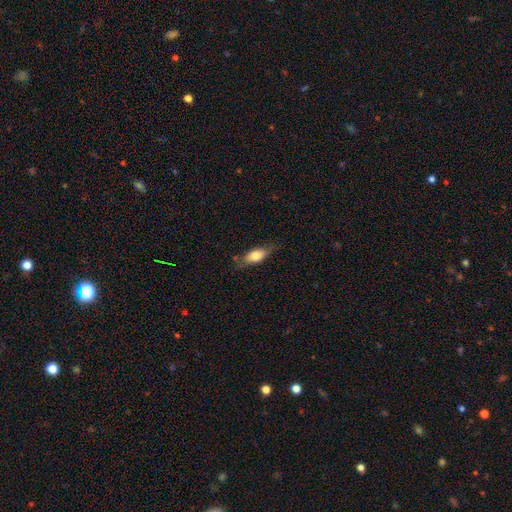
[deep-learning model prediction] Q: Smooth or featured?
A: smooth (69%); runner-up: featured or disk (24%)
Q: How rounded?
A: in between (75%); runner-up: cigar-shaped (21%)
Q: Merging?
A: none (69%); runner-up: minor disturbance (23%)